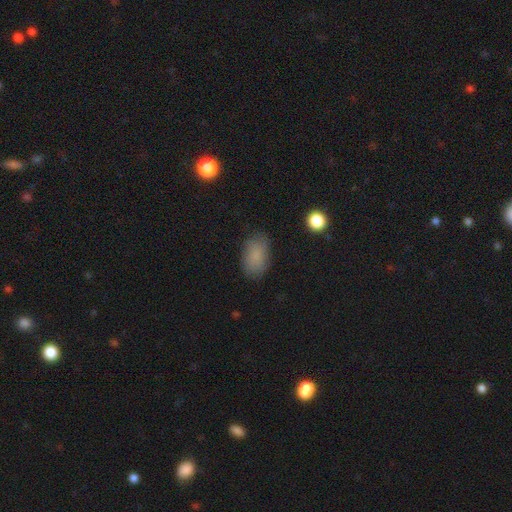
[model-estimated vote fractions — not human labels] smooth_or_featured: smooth (p=0.84) [alt: star or artifact p=0.09]
how_rounded: in between (p=0.91) [alt: round p=0.08]
merging: none (p=0.78) [alt: minor disturbance p=0.16]